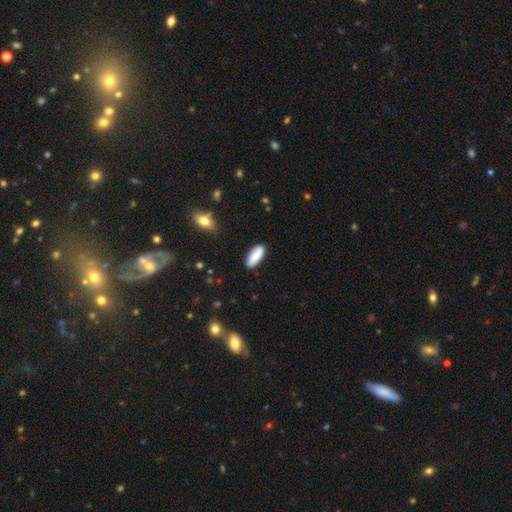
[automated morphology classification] smooth-or-featured: smooth: 84% | featured or disk: 10% | star or artifact: 6%
  how-rounded: in between: 79% | cigar-shaped: 19% | round: 2%
  merging: none: 85% | minor disturbance: 12% | major disturbance: 2% | merger: 2%